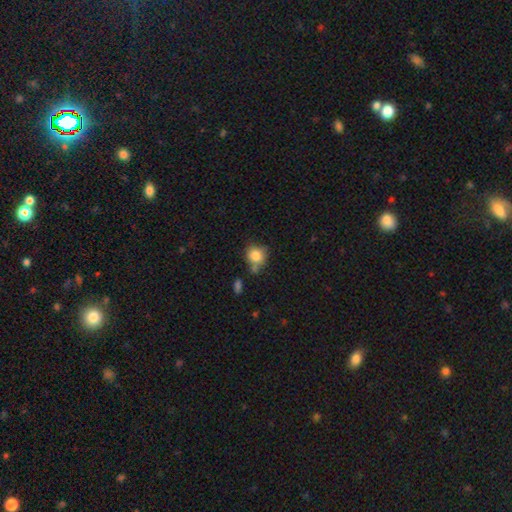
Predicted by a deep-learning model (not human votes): Smooth or featured? Predicted: smooth (p=0.82). How rounded? Predicted: round (p=0.78). Merging? Predicted: none (p=0.58).